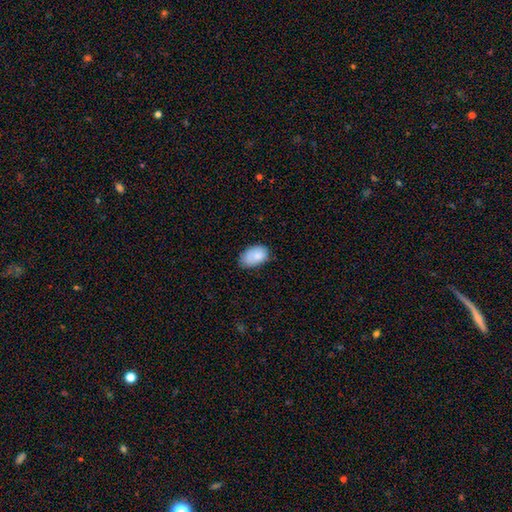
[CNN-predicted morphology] Overall: smooth (85%). How rounded: in between (90%). Merging: none (60%; minor disturbance 32%).